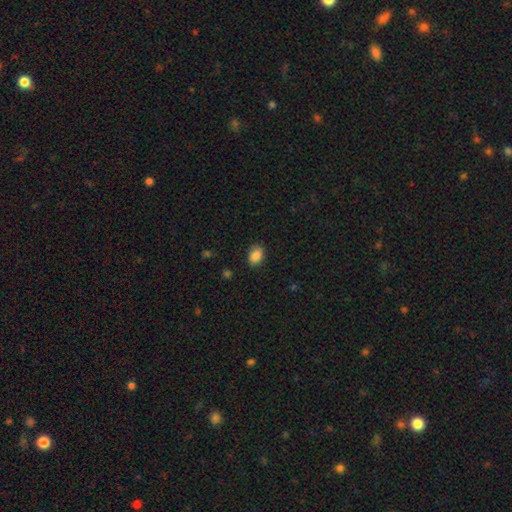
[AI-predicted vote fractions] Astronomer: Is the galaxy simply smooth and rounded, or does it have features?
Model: smooth — 87%.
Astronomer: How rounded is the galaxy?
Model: in between — 78%.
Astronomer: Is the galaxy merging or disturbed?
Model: none — 85%.